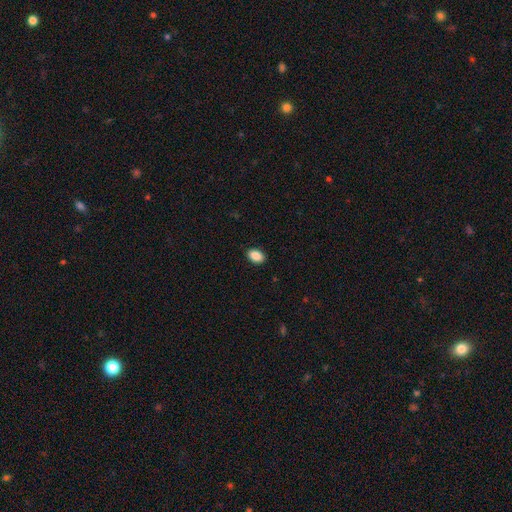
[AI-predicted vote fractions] This appears to be a smooth galaxy with no disk features (89%) that is in between round and cigar-shaped (86%). Merging: none (90%).